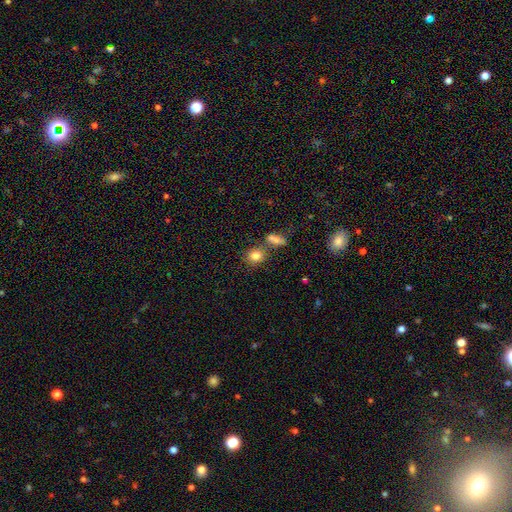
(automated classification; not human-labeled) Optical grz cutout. It shows a smooth galaxy with no disk features (81%) that is round (69%). Merging: none (63%).